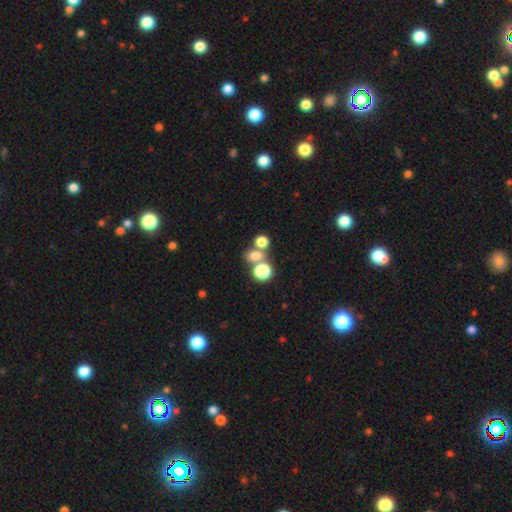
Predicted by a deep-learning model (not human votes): This is likely a smooth galaxy (71%). How rounded: possibly round (59%). Merging: possibly none (48%).